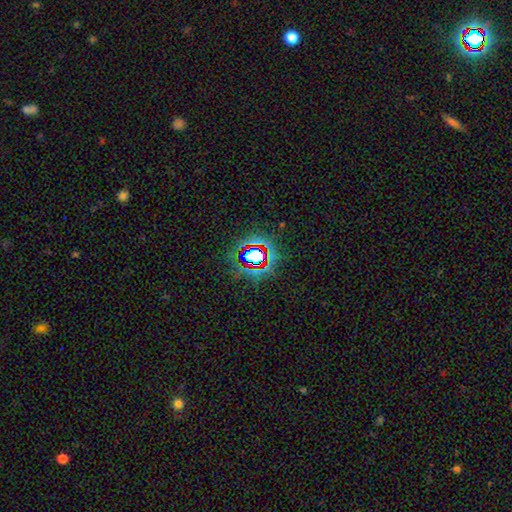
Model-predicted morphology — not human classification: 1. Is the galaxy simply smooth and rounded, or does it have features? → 70% star or artifact, 20% smooth, 10% featured or disk.